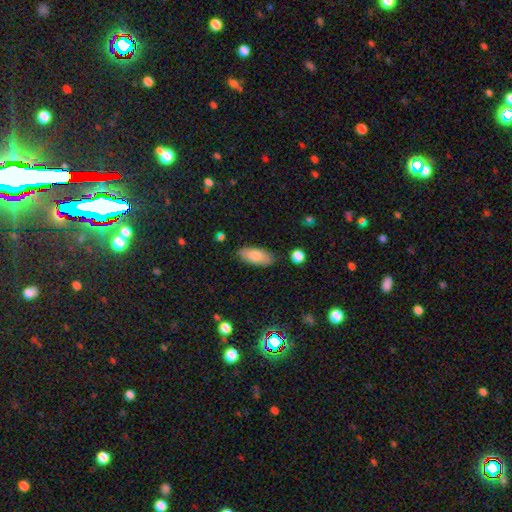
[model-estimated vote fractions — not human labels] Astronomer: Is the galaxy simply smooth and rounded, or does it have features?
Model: smooth — 79%.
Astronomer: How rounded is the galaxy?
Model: in between — 86%.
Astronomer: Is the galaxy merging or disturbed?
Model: none — 85%.